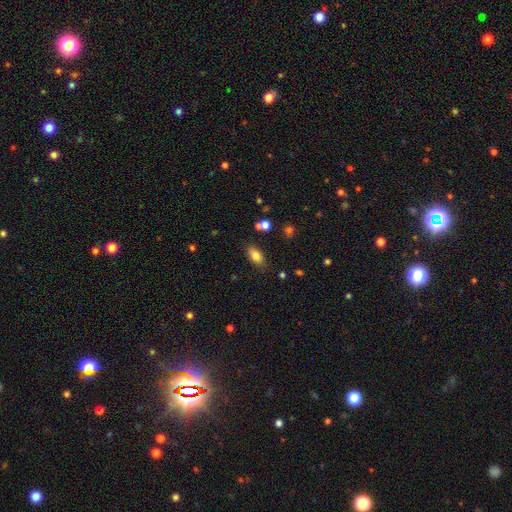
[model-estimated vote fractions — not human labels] A smooth galaxy with no disk features (80%) that is in between round and cigar-shaped (87%).

Vote fractions:
- Smooth or featured? smooth: 80% / featured or disk: 10% / star or artifact: 9%
- How rounded? in between: 87% / round: 7% / cigar-shaped: 6%
- Merging? none: 79% / minor disturbance: 14% / major disturbance: 3% / merger: 3%